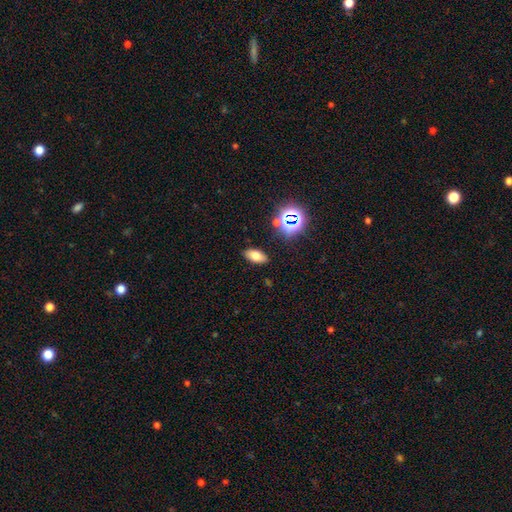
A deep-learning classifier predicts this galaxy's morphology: Smooth or featured?
  - smooth: 71% *
  - star or artifact: 16%
  - featured or disk: 13%
How rounded?
  - in between: 88% *
  - cigar-shaped: 6%
  - round: 6%
Merging?
  - none: 86% *
  - minor disturbance: 9%
  - major disturbance: 3%
  - merger: 2%